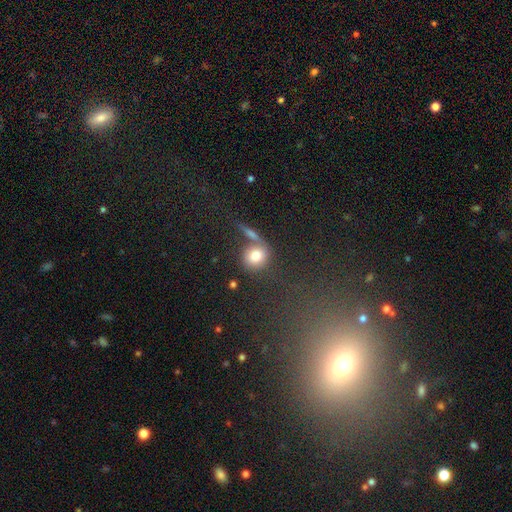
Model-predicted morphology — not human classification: A smooth galaxy with no disk features (78%) that is round (81%).

Vote fractions:
- Smooth or featured? smooth: 78% / featured or disk: 12% / star or artifact: 10%
- How rounded? round: 81% / in between: 16% / cigar-shaped: 3%
- Merging? none: 59% / merger: 23% / minor disturbance: 11% / major disturbance: 7%